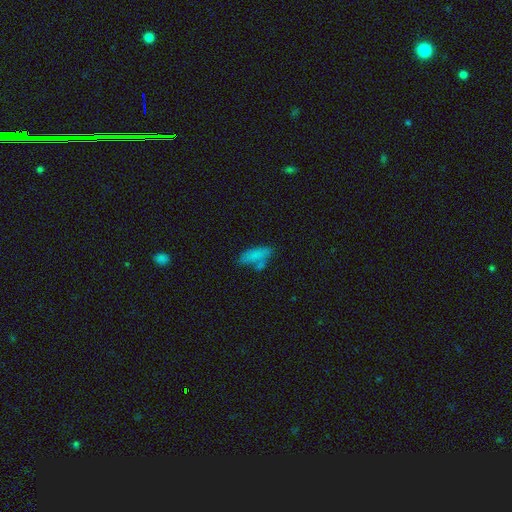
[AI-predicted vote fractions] Overall: smooth (75%). How rounded: in between (76%). Merging: none (46%; merger 22%).